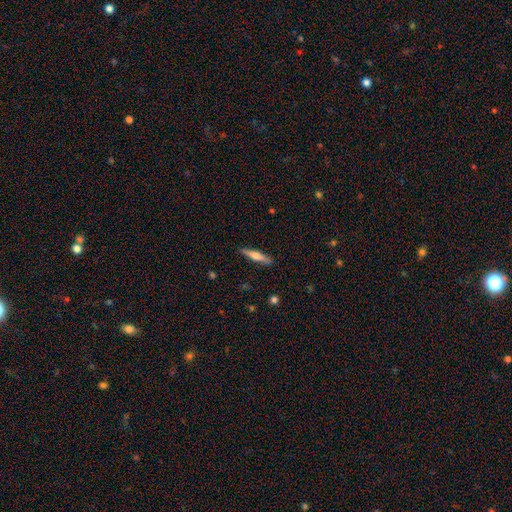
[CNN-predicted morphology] Smooth or featured? featured or disk (49%)
Merging? none (89%)